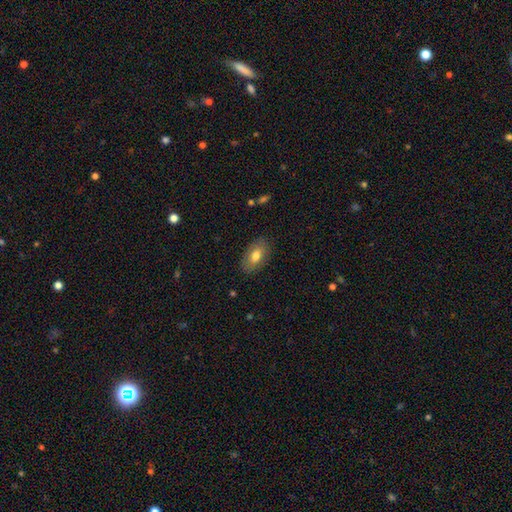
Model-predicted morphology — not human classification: smooth_or_featured: smooth (p=0.76) [alt: featured or disk p=0.18]
how_rounded: in between (p=0.92) [alt: round p=0.06]
merging: none (p=0.85) [alt: minor disturbance p=0.11]